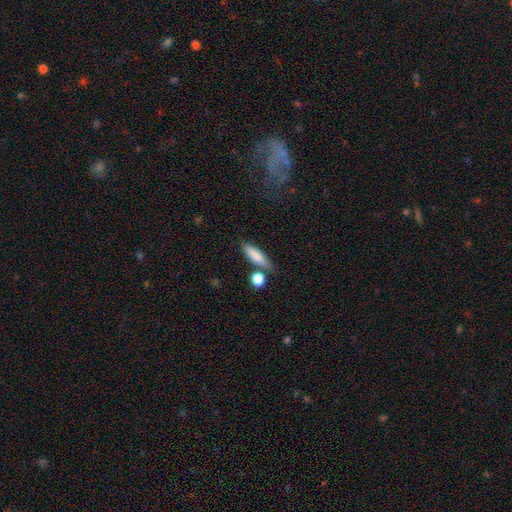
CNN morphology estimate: This appears to be a smooth galaxy with no disk features (84%) that is cigar-shaped (54%). Merging: none (69%).